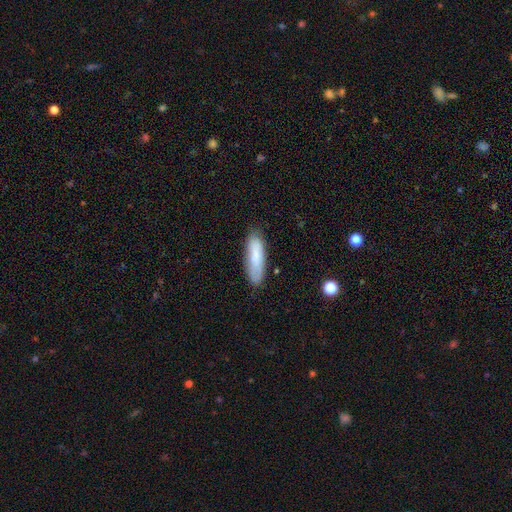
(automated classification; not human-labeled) A smooth galaxy with no disk features (78%) that is cigar-shaped (53%).

Vote fractions:
- Smooth or featured? smooth: 78% / featured or disk: 16% / star or artifact: 7%
- How rounded? cigar-shaped: 53% / in between: 45% / round: 2%
- Merging? none: 78% / minor disturbance: 17% / major disturbance: 3% / merger: 2%